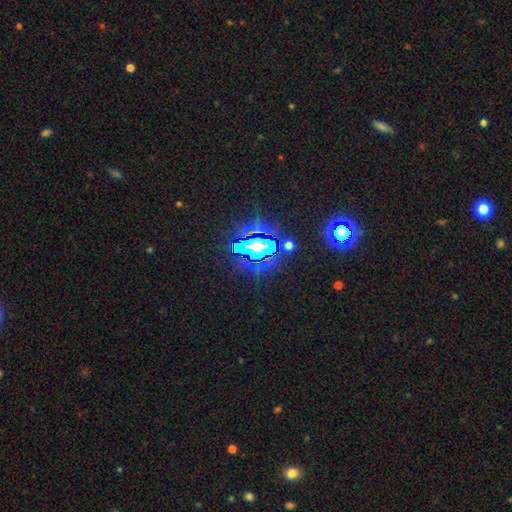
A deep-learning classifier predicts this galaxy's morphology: Overall: star or artifact (66%).